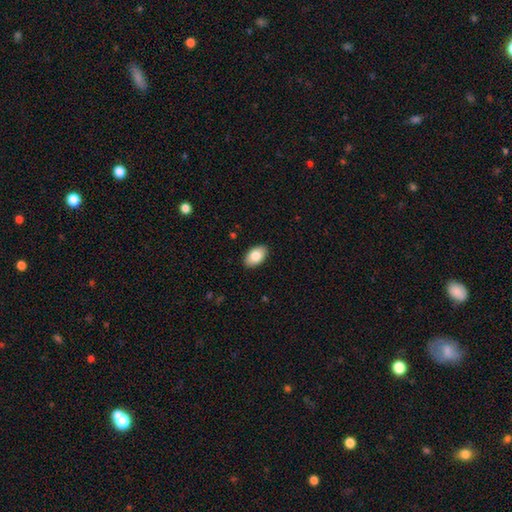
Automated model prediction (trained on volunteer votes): Smooth or featured?
  - smooth: 84% *
  - featured or disk: 9%
  - star or artifact: 7%
How rounded?
  - in between: 93% *
  - round: 6%
  - cigar-shaped: 1%
Merging?
  - none: 89% *
  - minor disturbance: 8%
  - major disturbance: 2%
  - merger: 1%